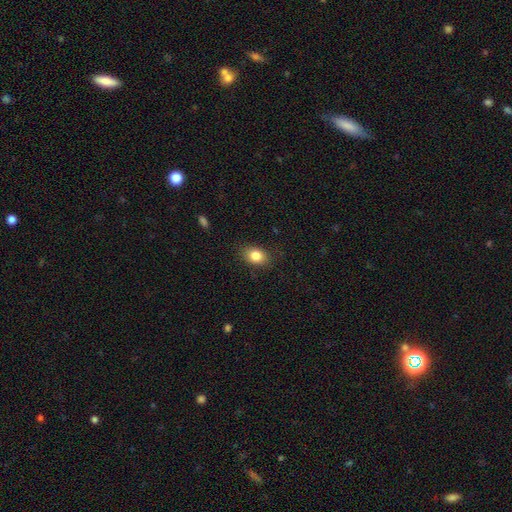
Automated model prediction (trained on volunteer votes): This appears to be a smooth galaxy with no disk features (83%) that is in between round and cigar-shaped (72%). Merging: none (85%).